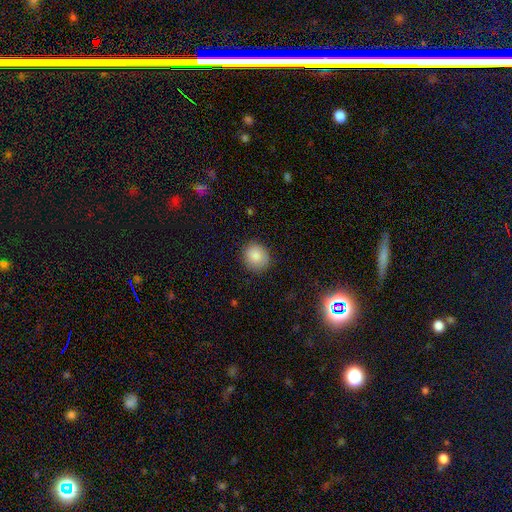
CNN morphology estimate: smooth_or_featured: smooth (p=0.86) [alt: star or artifact p=0.08]
how_rounded: round (p=0.80) [alt: in between p=0.19]
merging: none (p=0.86) [alt: minor disturbance p=0.10]